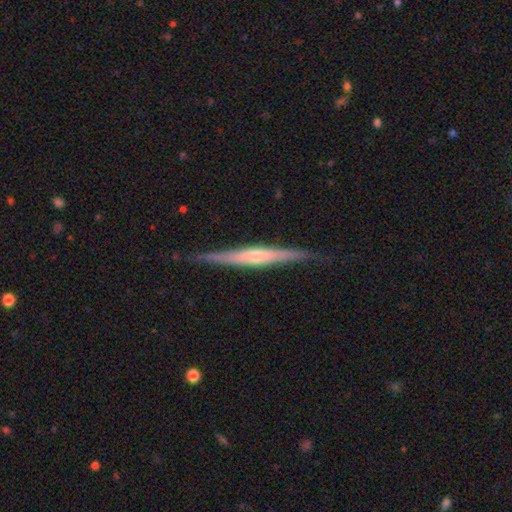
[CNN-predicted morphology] Smooth or featured? featured or disk (69%)
Edge-on disk? yes (97%)
Edge-on bulge? rounded (61%)
Merging? none (86%)